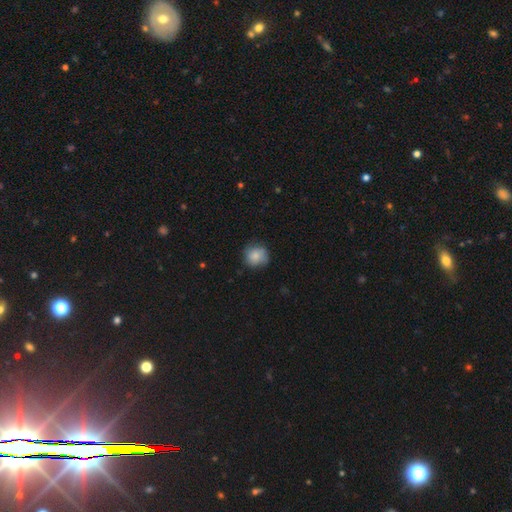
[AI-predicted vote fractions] Smooth or featured? Predicted: smooth (p=0.79). How rounded? Predicted: round (p=0.88). Merging? Predicted: none (p=0.73).